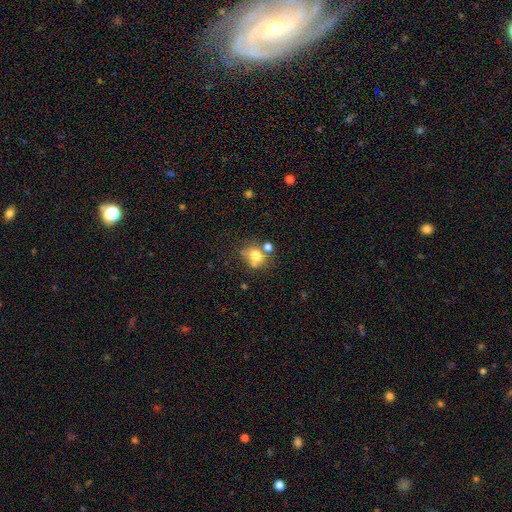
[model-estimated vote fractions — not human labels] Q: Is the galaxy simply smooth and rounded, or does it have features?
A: smooth — 67%.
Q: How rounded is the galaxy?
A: round — 57%.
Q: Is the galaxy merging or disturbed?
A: none — 42%.